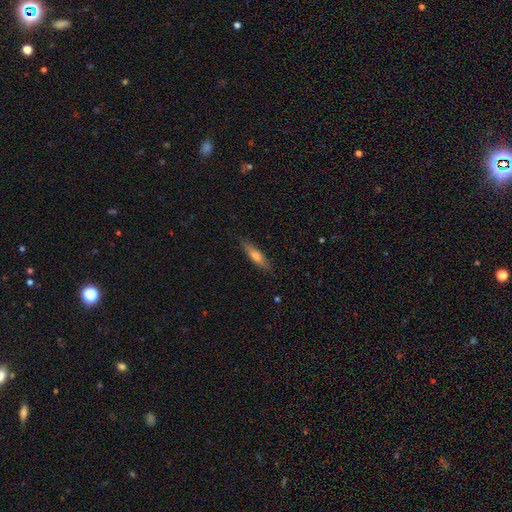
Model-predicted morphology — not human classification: The model was most divided on "smooth or featured": smooth: 60%, featured or disk: 34%, star or artifact: 6%. More confident: merging — none (85%); how rounded — cigar-shaped (73%).